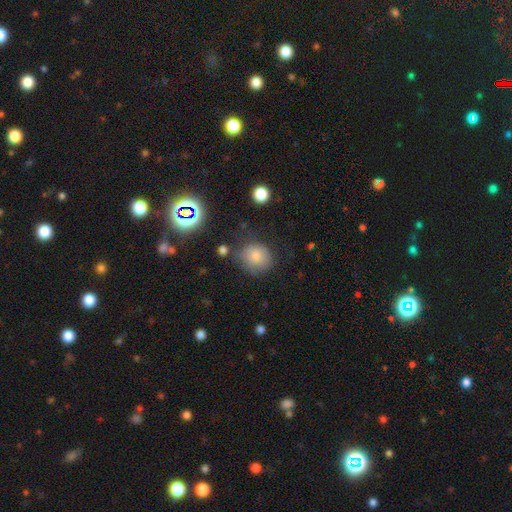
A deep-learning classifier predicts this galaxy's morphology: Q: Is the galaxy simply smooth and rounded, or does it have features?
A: smooth — 72%.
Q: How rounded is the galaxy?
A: round — 78%.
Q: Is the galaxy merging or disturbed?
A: none — 74%.